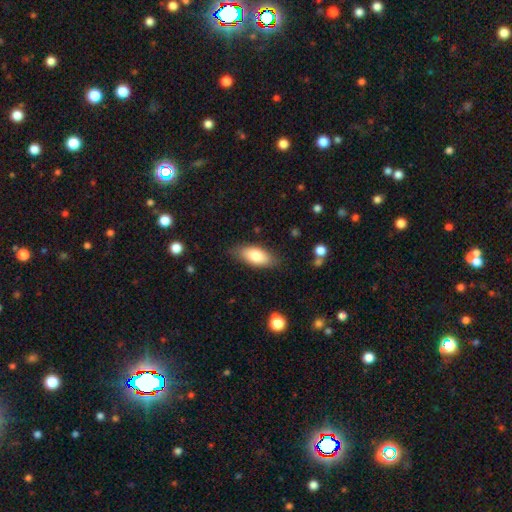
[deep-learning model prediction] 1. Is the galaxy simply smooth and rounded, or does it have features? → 80% smooth, 14% featured or disk, 6% star or artifact.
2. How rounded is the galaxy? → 87% in between, 10% cigar-shaped, 3% round.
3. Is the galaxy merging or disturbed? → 81% none, 14% minor disturbance, 3% major disturbance, 1% merger.